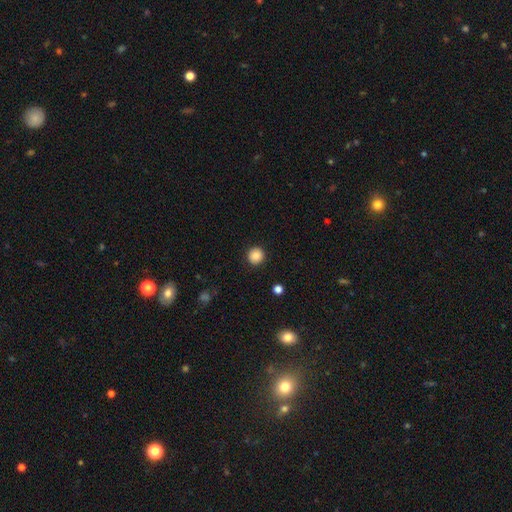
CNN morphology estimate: smooth_or_featured: smooth (p=0.86) [alt: star or artifact p=0.10]
how_rounded: round (p=0.94) [alt: in between p=0.05]
merging: none (p=0.92) [alt: minor disturbance p=0.05]